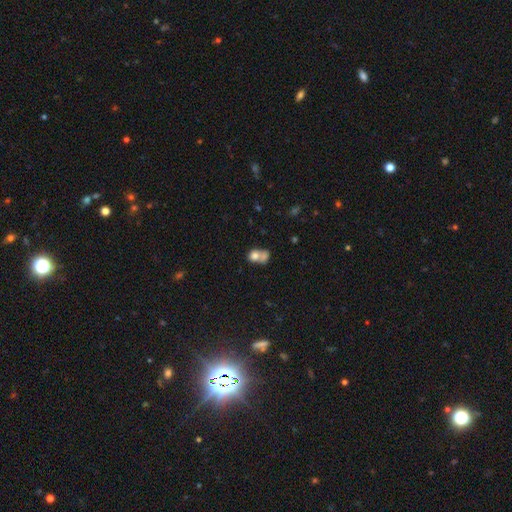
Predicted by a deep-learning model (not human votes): The model was most divided on "how rounded": round: 52%, in between: 47%, cigar-shaped: 1%. More confident: smooth or featured — smooth (74%); merging — merger (61%).